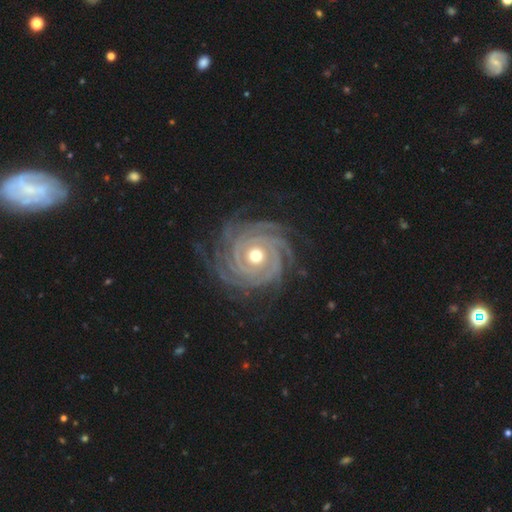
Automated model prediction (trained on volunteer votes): Smooth or featured: featured or disk — 92% (star or artifact — 5%)
Edge-on disk: no — 98% (yes — 2%)
Bar: no — 64% (weak — 21%)
Spiral arms: yes — 99% (no — 1%)
Spiral winding: tight — 87% (medium — 12%)
Spiral arm count: more than 4 — 27% (4 — 24%)
Bulge size: moderate — 72% (small — 23%)
Merging: none — 80% (minor disturbance — 13%)